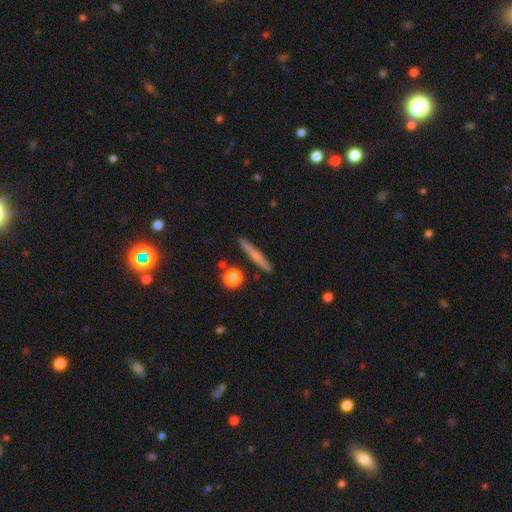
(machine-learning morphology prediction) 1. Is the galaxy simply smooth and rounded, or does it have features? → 52% smooth, 40% featured or disk, 8% star or artifact.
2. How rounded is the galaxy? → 92% cigar-shaped, 4% in between, 4% round.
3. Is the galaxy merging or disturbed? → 89% none, 7% minor disturbance, 2% merger, 2% major disturbance.